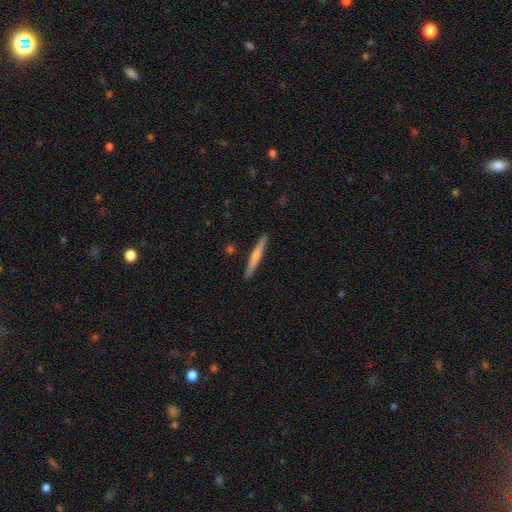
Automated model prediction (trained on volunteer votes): Overall: smooth (50%; featured or disk 45%). Merging: none (91%).